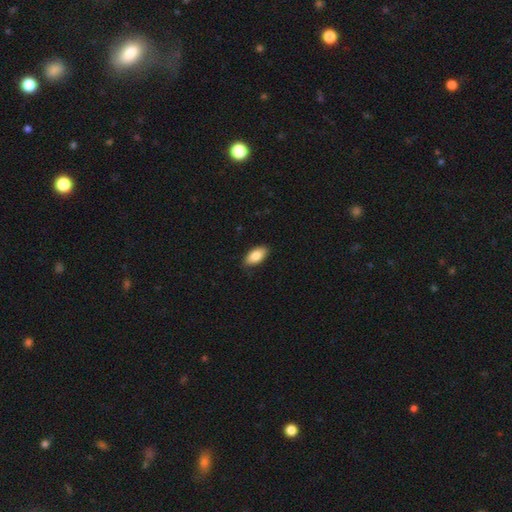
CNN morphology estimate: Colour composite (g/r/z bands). It shows a smooth galaxy with no disk features (84%) that is in between round and cigar-shaped (92%). Merging: none (87%).